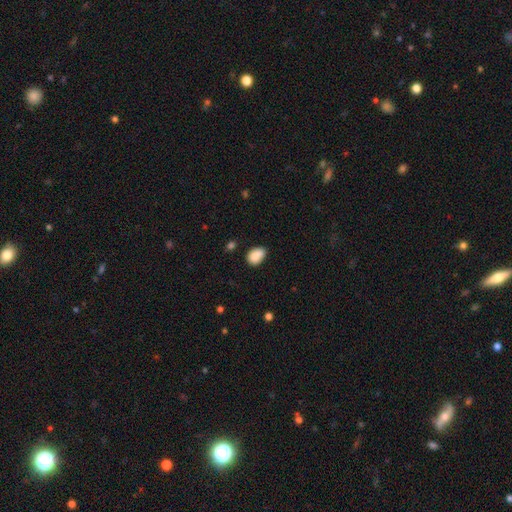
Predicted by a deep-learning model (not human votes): A smooth galaxy with no disk features (84%) that is in between round and cigar-shaped (75%).

Vote fractions:
- Smooth or featured? smooth: 84% / star or artifact: 8% / featured or disk: 8%
- How rounded? in between: 75% / round: 23% / cigar-shaped: 1%
- Merging? none: 59% / minor disturbance: 30% / merger: 6% / major disturbance: 5%